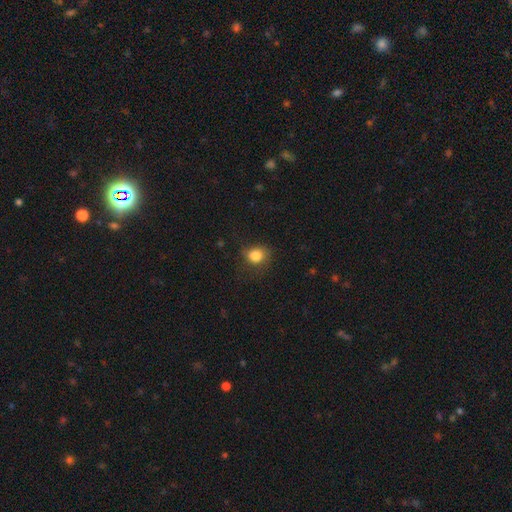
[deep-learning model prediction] smooth-or-featured: smooth: 83% | star or artifact: 11% | featured or disk: 6%
  how-rounded: round: 69% | in between: 30% | cigar-shaped: 1%
  merging: none: 70% | minor disturbance: 20% | major disturbance: 8% | merger: 1%